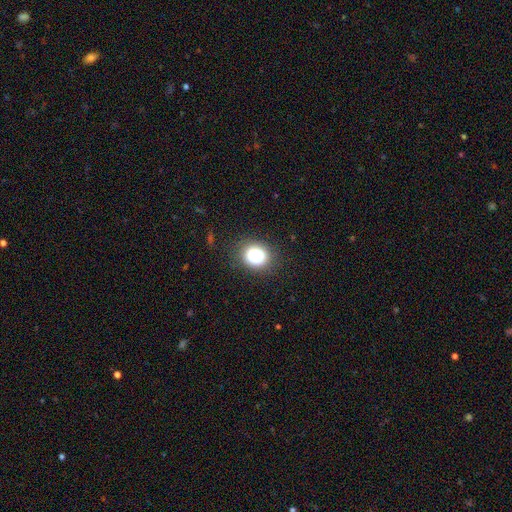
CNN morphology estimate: Q: Smooth or featured?
A: smooth (83%); runner-up: star or artifact (11%)
Q: How rounded?
A: round (71%); runner-up: in between (28%)
Q: Merging?
A: none (84%); runner-up: minor disturbance (10%)